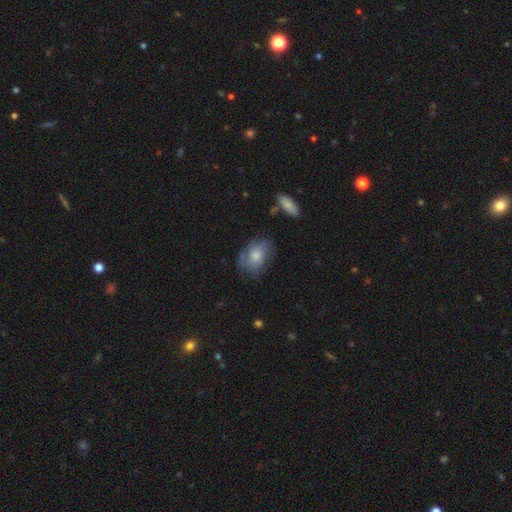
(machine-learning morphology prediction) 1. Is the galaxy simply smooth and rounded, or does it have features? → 60% smooth, 32% featured or disk, 7% star or artifact.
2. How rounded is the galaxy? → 72% in between, 26% round, 2% cigar-shaped.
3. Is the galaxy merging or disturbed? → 57% none, 28% minor disturbance, 13% major disturbance, 3% merger.